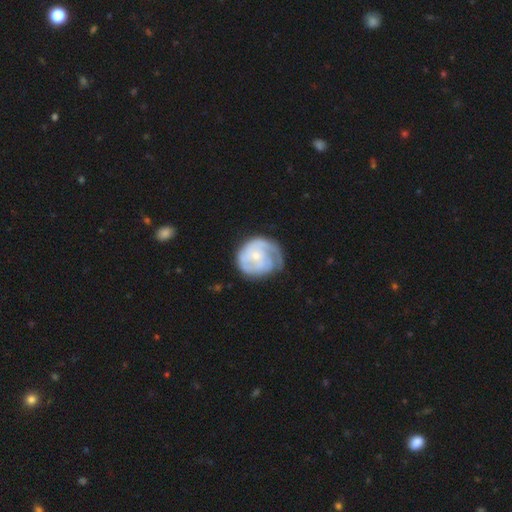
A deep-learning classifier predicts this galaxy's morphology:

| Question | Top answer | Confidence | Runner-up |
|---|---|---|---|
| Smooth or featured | featured or disk | 71% | smooth (24%) |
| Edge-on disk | no | 98% | yes (2%) |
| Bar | no | 75% | weak (21%) |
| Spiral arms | yes | 85% | no (15%) |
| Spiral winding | tight | 55% | medium (31%) |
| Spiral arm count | can't tell | 30% | 2 (29%) |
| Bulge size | small | 70% | moderate (24%) |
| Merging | none | 54% | minor disturbance (25%) |